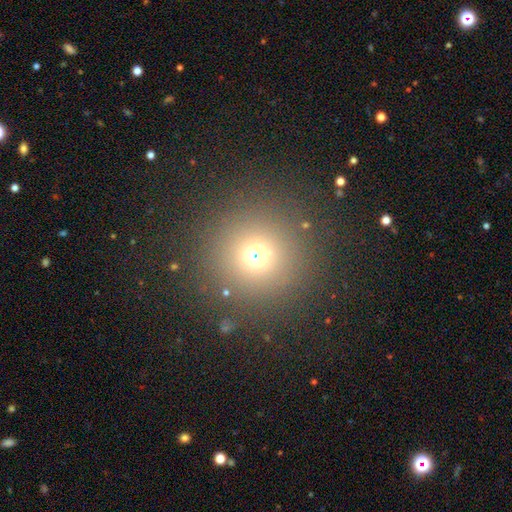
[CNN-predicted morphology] Smooth or featured?
  - smooth: 63% *
  - star or artifact: 27%
  - featured or disk: 9%
How rounded?
  - round: 94% *
  - in between: 5%
  - cigar-shaped: 1%
Merging?
  - none: 82% *
  - merger: 7%
  - minor disturbance: 7%
  - major disturbance: 4%